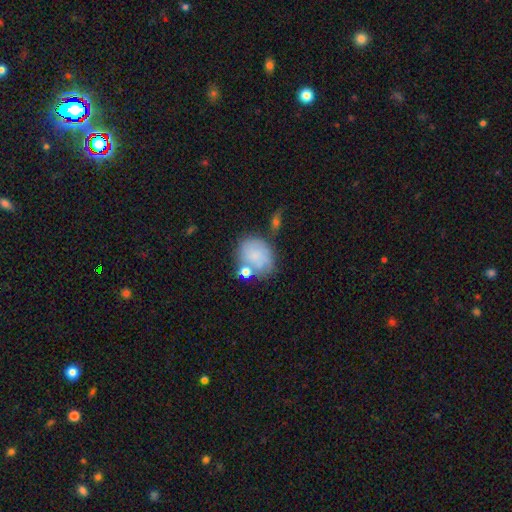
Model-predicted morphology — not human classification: Smooth or featured? Predicted: smooth (p=0.61). How rounded? Predicted: round (p=0.60). Merging? Predicted: none (p=0.48).